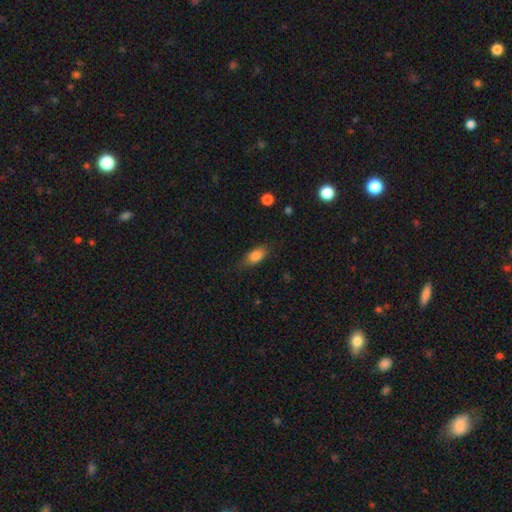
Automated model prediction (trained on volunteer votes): smooth-or-featured: smooth: 82% | featured or disk: 10% | star or artifact: 8%
  how-rounded: in between: 84% | cigar-shaped: 10% | round: 6%
  merging: none: 73% | minor disturbance: 20% | major disturbance: 6% | merger: 1%